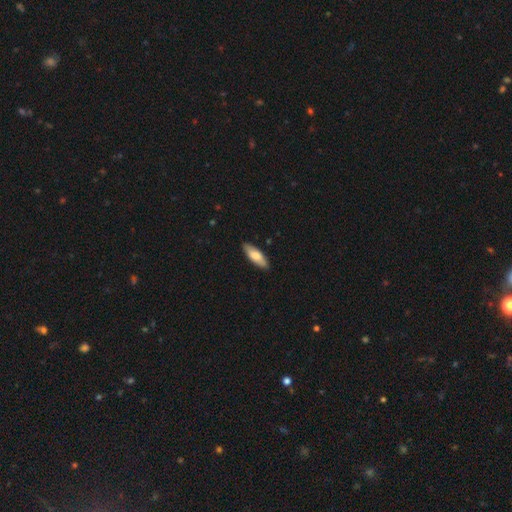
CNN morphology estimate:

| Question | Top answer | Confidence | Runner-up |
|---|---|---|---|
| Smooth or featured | smooth | 74% | featured or disk (21%) |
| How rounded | in between | 62% | cigar-shaped (36%) |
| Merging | none | 87% | minor disturbance (10%) |